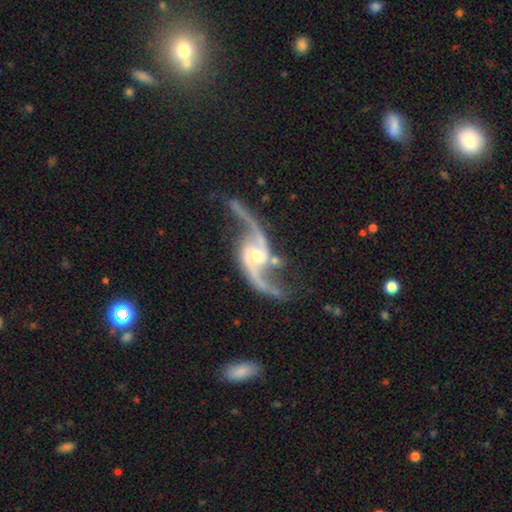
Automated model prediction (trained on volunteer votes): The model was most divided on "bar": no: 42%, weak: 38%, strong: 20%. More confident: spiral arms — yes (98%); edge-on disk — no (97%); spiral arm count — 2 (95%); smooth or featured — featured or disk (93%); spiral winding — loose (79%); merging — none (70%); bulge size — small (54%).